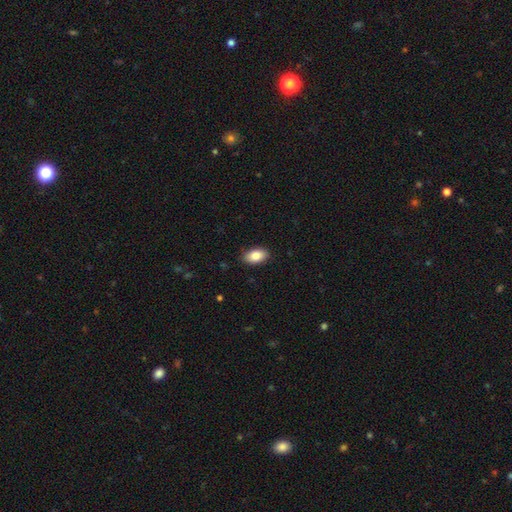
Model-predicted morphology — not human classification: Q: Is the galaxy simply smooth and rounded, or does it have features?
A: smooth — 84%.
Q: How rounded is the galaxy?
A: in between — 92%.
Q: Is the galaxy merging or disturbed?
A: none — 88%.